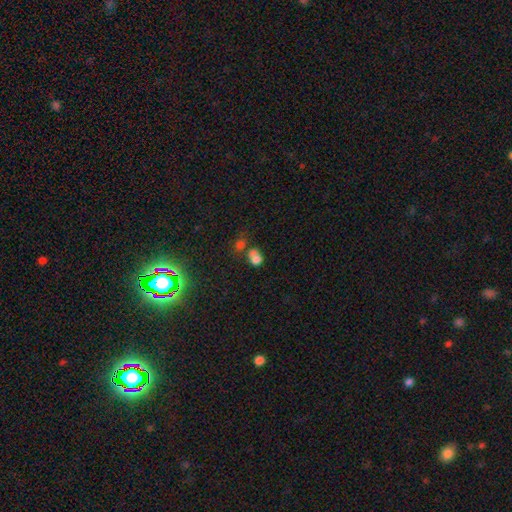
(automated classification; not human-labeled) A star or artifact, not a galaxy (68%).

Vote fractions:
- Smooth or featured? star or artifact: 68% / smooth: 21% / featured or disk: 11%